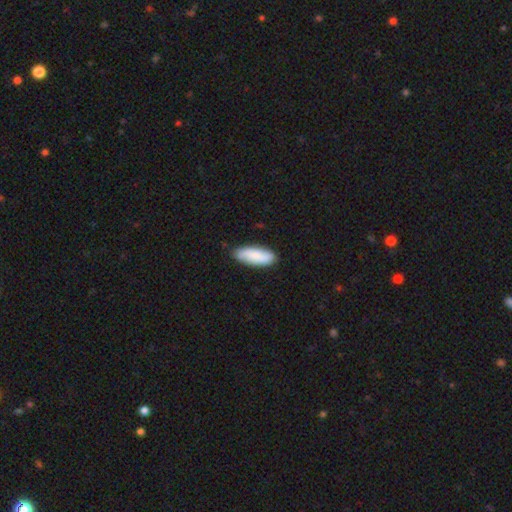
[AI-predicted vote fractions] Morphology: type=smooth (79%); roundness=in between (72%); merging=none (84%).